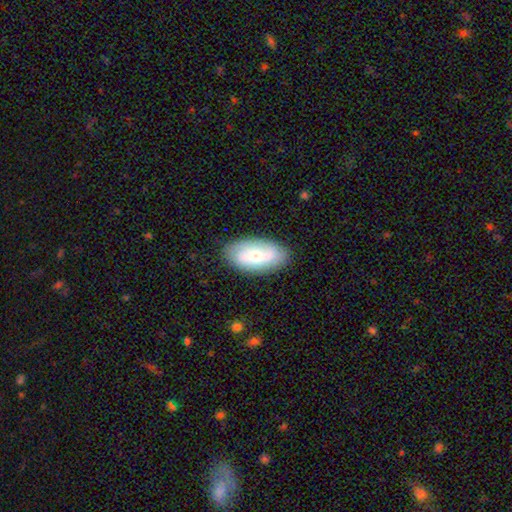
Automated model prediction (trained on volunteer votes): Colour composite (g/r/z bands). It shows a smooth galaxy with no disk features (49%). Merging: none (84%).